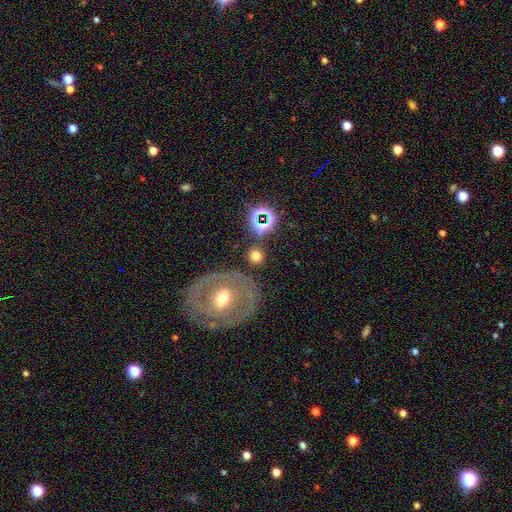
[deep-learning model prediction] smooth_or_featured: smooth (p=0.69) [alt: star or artifact p=0.16]
how_rounded: round (p=0.84) [alt: in between p=0.15]
merging: none (p=0.80) [alt: minor disturbance p=0.09]